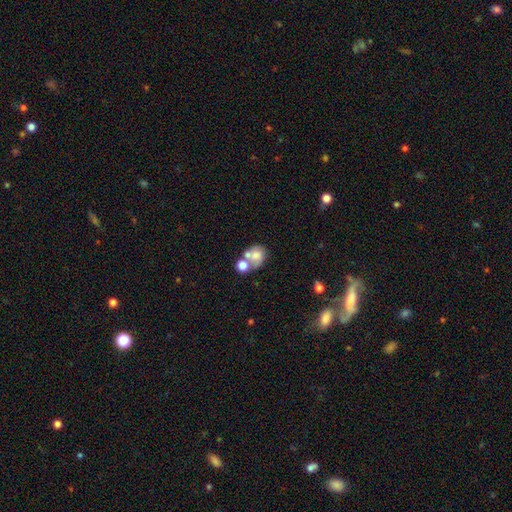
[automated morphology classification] Smooth or featured? Predicted: smooth (p=0.64). How rounded? Predicted: round (p=0.57). Merging? Predicted: merger (p=0.49).